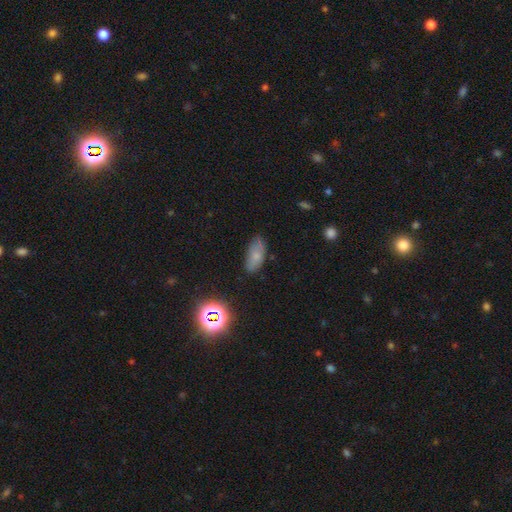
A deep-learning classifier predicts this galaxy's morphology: A smooth galaxy with no disk features (72%) that is in between round and cigar-shaped (89%).

Vote fractions:
- Smooth or featured? smooth: 72% / featured or disk: 15% / star or artifact: 13%
- How rounded? in between: 89% / cigar-shaped: 7% / round: 4%
- Merging? none: 73% / minor disturbance: 21% / major disturbance: 5% / merger: 2%